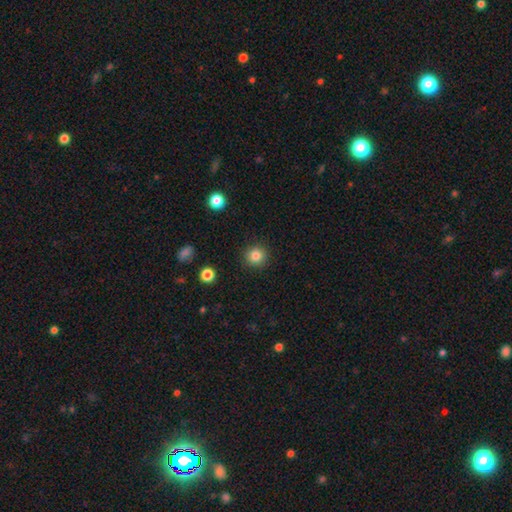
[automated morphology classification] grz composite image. It shows a smooth galaxy with no disk features (83%) that is round (94%). Merging: none (91%).